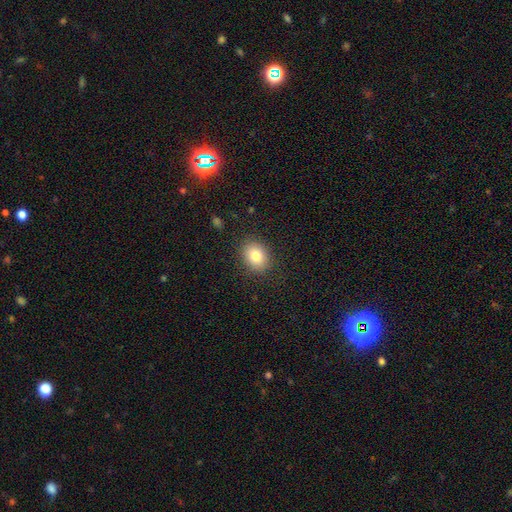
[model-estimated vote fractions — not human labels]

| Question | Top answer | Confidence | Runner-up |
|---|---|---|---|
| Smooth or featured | smooth | 82% | star or artifact (10%) |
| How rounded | in between | 50% | round (49%) |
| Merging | none | 86% | minor disturbance (9%) |